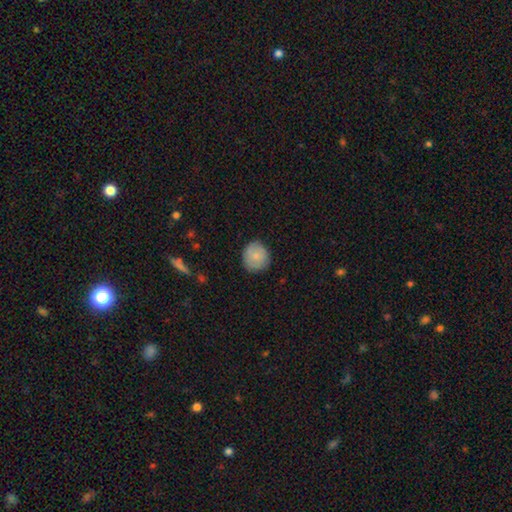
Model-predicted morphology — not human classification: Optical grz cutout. It shows a smooth galaxy with no disk features (78%) that is round (90%). Merging: none (83%).